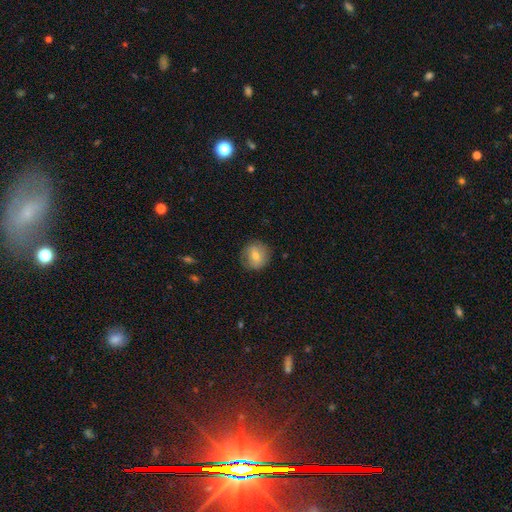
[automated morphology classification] A smooth galaxy with no disk features (64%) that is round (88%).

Vote fractions:
- Smooth or featured? smooth: 64% / featured or disk: 27% / star or artifact: 9%
- How rounded? round: 88% / in between: 11% / cigar-shaped: 1%
- Merging? none: 83% / minor disturbance: 13% / major disturbance: 4% / merger: 1%